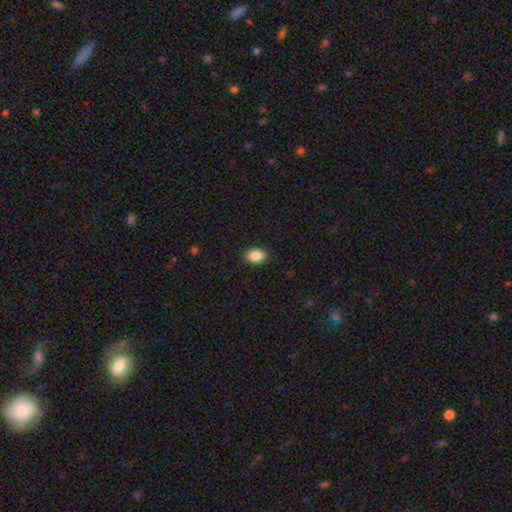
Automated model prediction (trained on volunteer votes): smooth_or_featured: smooth (p=0.88) [alt: star or artifact p=0.08]
how_rounded: in between (p=0.78) [alt: round p=0.21]
merging: none (p=0.90) [alt: minor disturbance p=0.07]